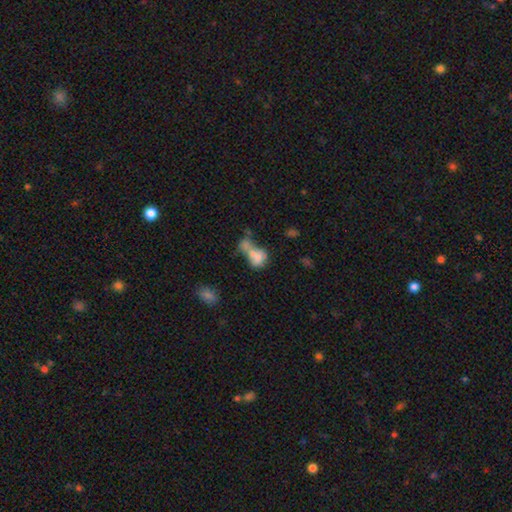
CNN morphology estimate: This is likely a smooth galaxy (66%). How rounded: likely in between (66%). Merging: likely merger (68%).